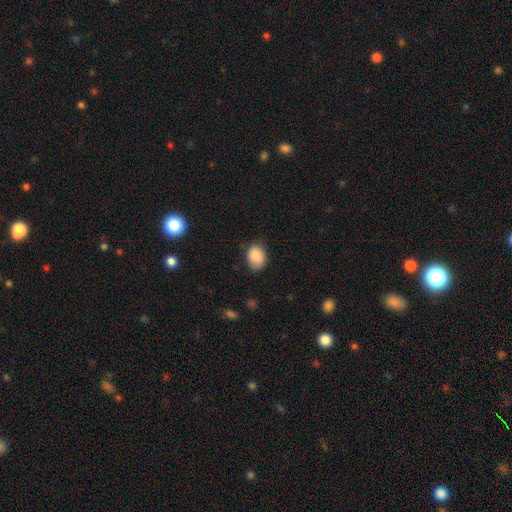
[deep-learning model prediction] Q: Smooth or featured?
A: smooth (88%); runner-up: star or artifact (8%)
Q: How rounded?
A: in between (62%); runner-up: round (37%)
Q: Merging?
A: none (72%); runner-up: minor disturbance (22%)